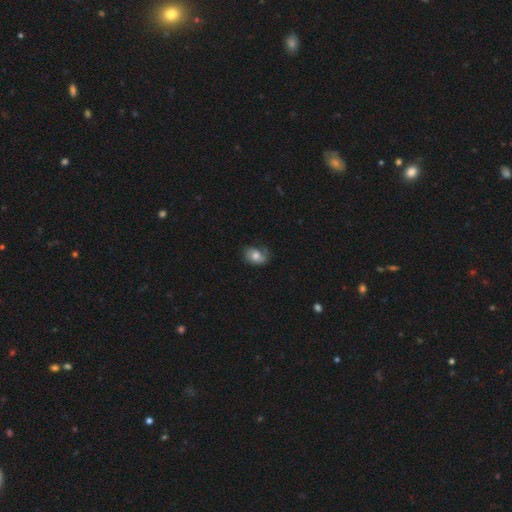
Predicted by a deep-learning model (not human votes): A smooth galaxy with no disk features (63%) that is in between round and cigar-shaped (74%).

Vote fractions:
- Smooth or featured? smooth: 63% / featured or disk: 28% / star or artifact: 9%
- How rounded? in between: 74% / round: 25% / cigar-shaped: 1%
- Merging? none: 56% / minor disturbance: 30% / major disturbance: 12% / merger: 2%